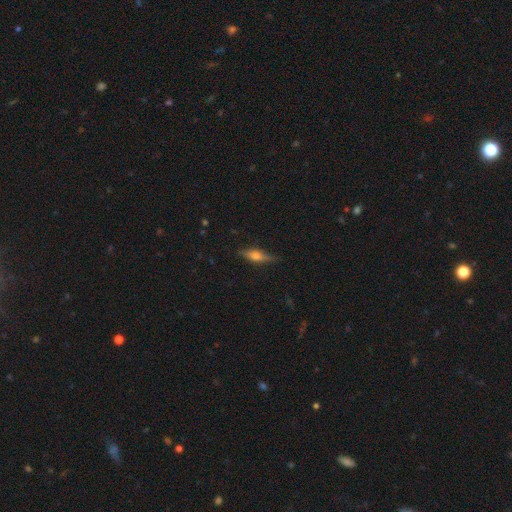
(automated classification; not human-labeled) A featured or disk galaxy (55%) viewed edge-on (94%) with a rounded central bulge (86%).

Vote fractions:
- Smooth or featured? featured or disk: 55% / smooth: 37% / star or artifact: 8%
- Edge-on disk? yes: 94% / no: 6%
- Edge-on bulge? rounded: 86% / boxy: 10% / none: 4%
- Merging? none: 83% / minor disturbance: 13% / major disturbance: 3% / merger: 1%